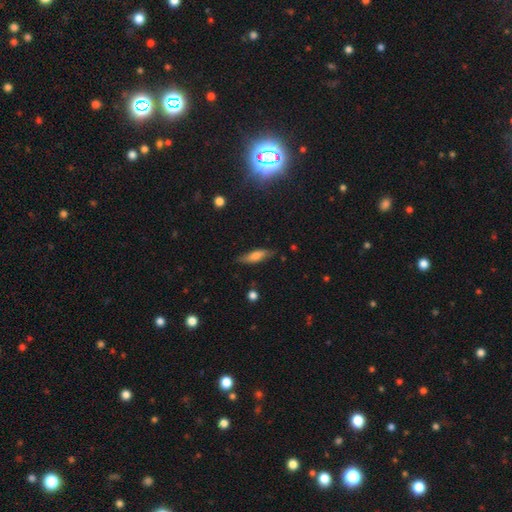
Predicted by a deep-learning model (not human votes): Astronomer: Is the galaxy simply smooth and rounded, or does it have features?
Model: smooth — 66%.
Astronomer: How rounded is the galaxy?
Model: cigar-shaped — 55% (runner-up: in between, 43%).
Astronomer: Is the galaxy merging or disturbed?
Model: none — 79%.